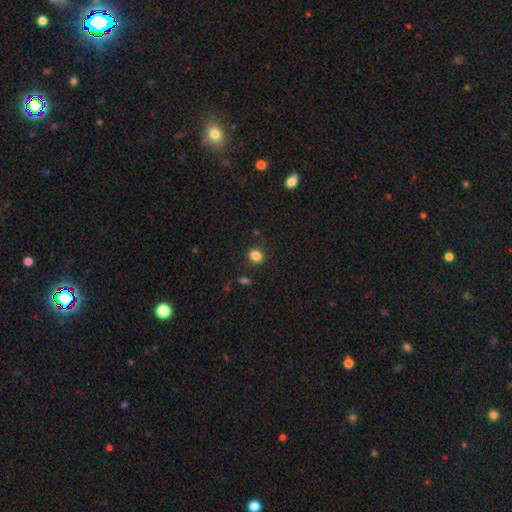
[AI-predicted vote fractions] Smooth or featured? smooth (85%)
How rounded? in between (55%)
Merging? none (85%)